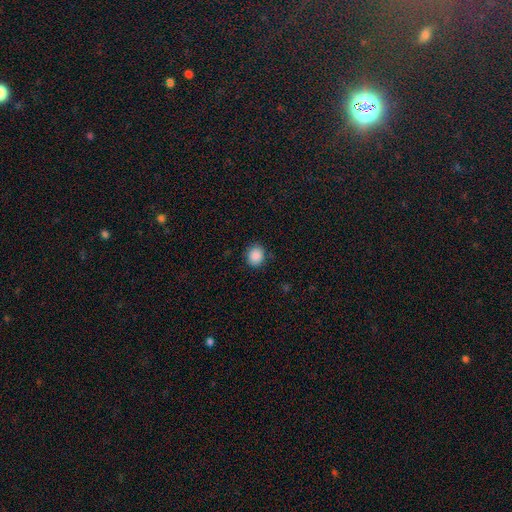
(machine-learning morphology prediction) Overall: smooth (88%). How rounded: round (76%). Merging: none (86%).